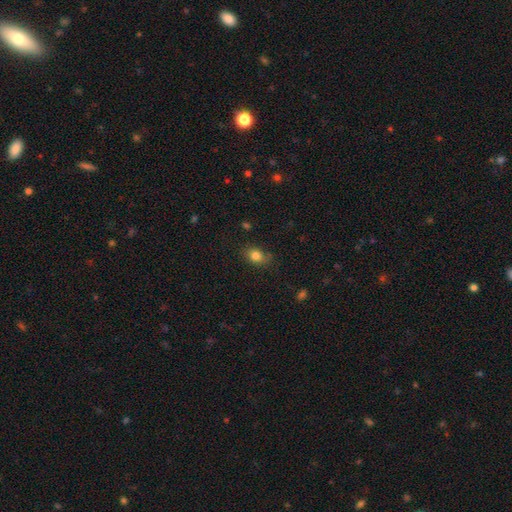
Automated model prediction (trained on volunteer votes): Q: Smooth or featured?
A: smooth (82%); runner-up: star or artifact (10%)
Q: How rounded?
A: in between (66%); runner-up: round (32%)
Q: Merging?
A: none (72%); runner-up: minor disturbance (21%)